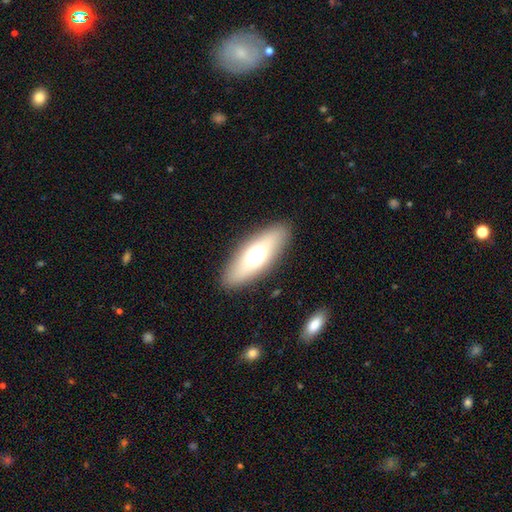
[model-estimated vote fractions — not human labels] Morphology: type=smooth (55%); roundness=in between (67%); merging=none (87%).